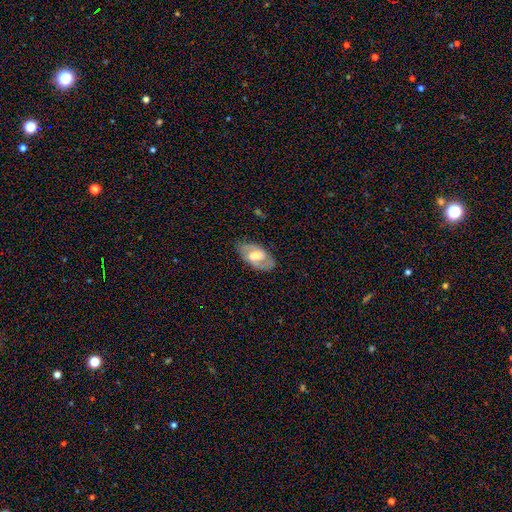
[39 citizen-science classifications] Smooth or featured?
  - featured or disk: 67% *
  - smooth: 28%
  - star or artifact: 5%
Edge-on disk?
  - no: 85% *
  - yes: 15%
Bar?
  - no: 36% *
  - strong: 32%
  - weak: 32%
Spiral arms?
  - yes: 77% *
  - no: 23%
Spiral winding?
  - tight: 47% *
  - medium: 41%
  - loose: 12%
Spiral arm count?
  - 2: 71% *
  - can't tell: 18%
  - 1: 12%
  - 3: 0%
  - 4: 0%
  - more than 4: 0%
Bulge size?
  - moderate: 50% *
  - large: 45%
  - small: 5%
  - dominant: 0%
  - none: 0%
Merging?
  - none: 86% *
  - minor disturbance: 11%
  - major disturbance: 3%
  - merger: 0%